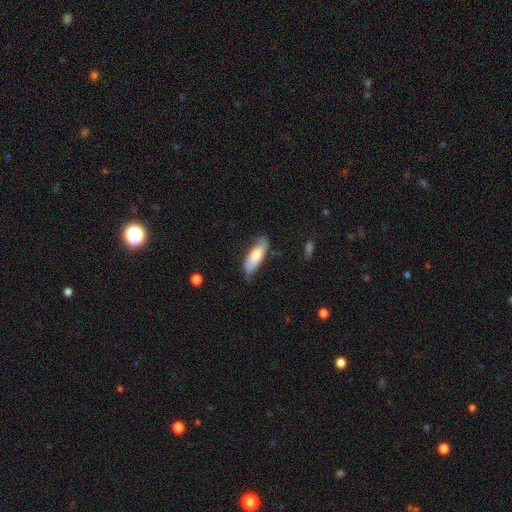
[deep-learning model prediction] smooth 73%, featured or disk 21%, star or artifact 6%. Down the decision tree: how rounded — in between (62%); merging — none (66%).